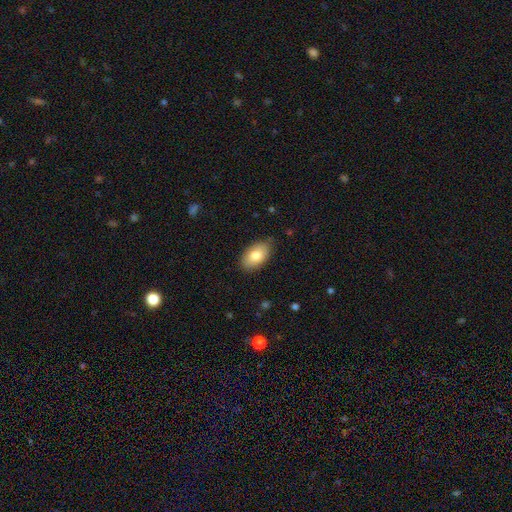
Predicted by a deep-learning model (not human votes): This is likely a smooth galaxy (79%). How rounded: clearly in between (93%). Merging: clearly none (83%).